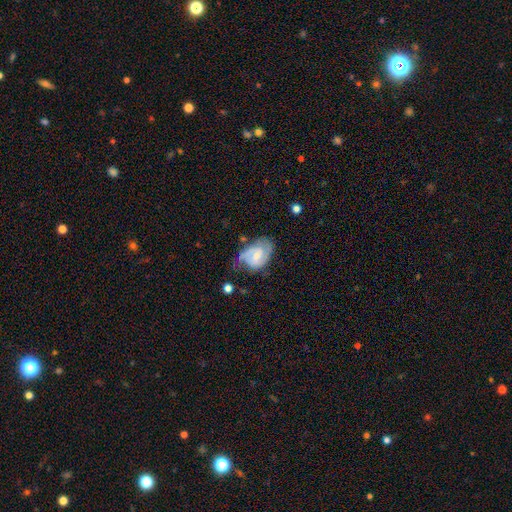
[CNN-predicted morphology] Overall: featured or disk (71%). Edge-on disk: no (97%). Bar: weak (50%; no 38%). Spiral arms: yes (89%). Spiral arm count: 2 (70%). Spiral winding: medium (46%; tight 37%). Bulge size: small (50%; moderate 39%). Merging: none (50%; minor disturbance 31%).